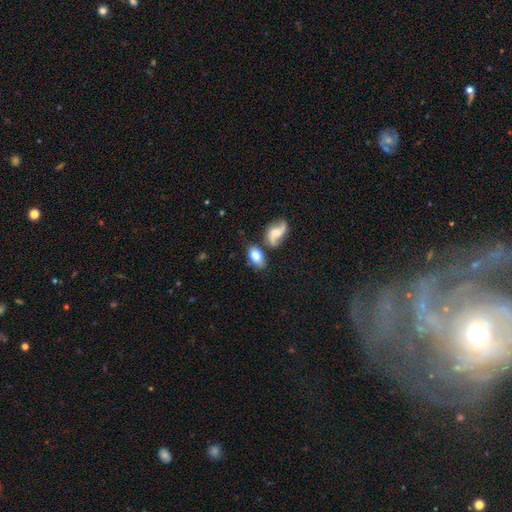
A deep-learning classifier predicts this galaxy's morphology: smooth-or-featured: smooth: 71% | featured or disk: 21% | star or artifact: 8%
  how-rounded: in between: 87% | round: 10% | cigar-shaped: 3%
  merging: none: 50% | merger: 24% | minor disturbance: 19% | major disturbance: 8%